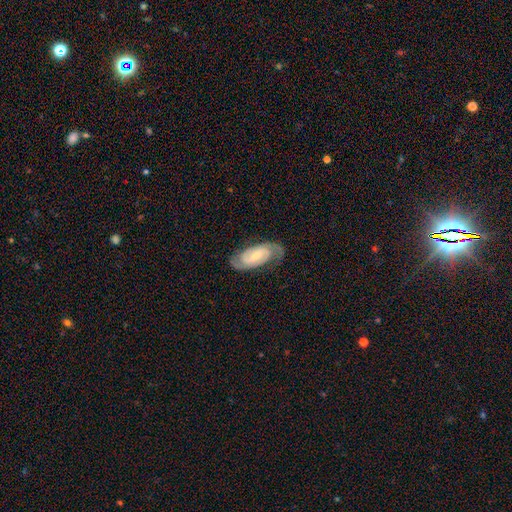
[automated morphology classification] type=featured or disk (83%); edge-on=no (96%); bar=weak (48%); spiral arms=yes (97%); winding=tight (53%); arm count=2 (87%); bulge=small (46%); merging=none (77%).